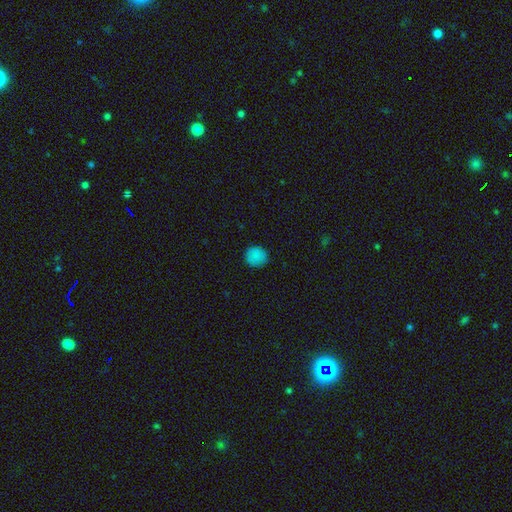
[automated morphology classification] The model was most divided on "smooth or featured": smooth: 85%, star or artifact: 11%, featured or disk: 4%. More confident: how rounded — round (90%); merging — none (88%).